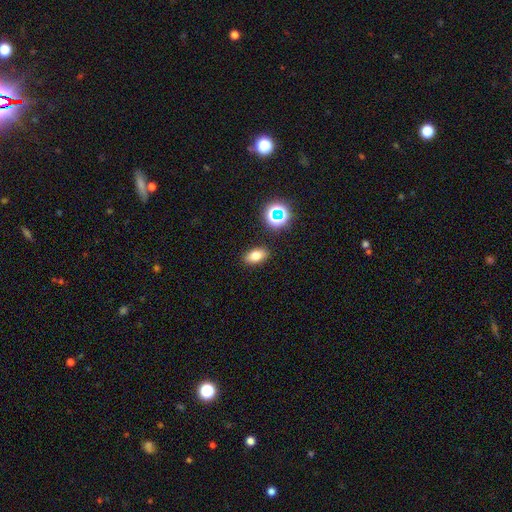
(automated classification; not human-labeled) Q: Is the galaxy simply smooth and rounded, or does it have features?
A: smooth — 74%.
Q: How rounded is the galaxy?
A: in between — 85%.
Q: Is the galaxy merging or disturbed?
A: none — 87%.